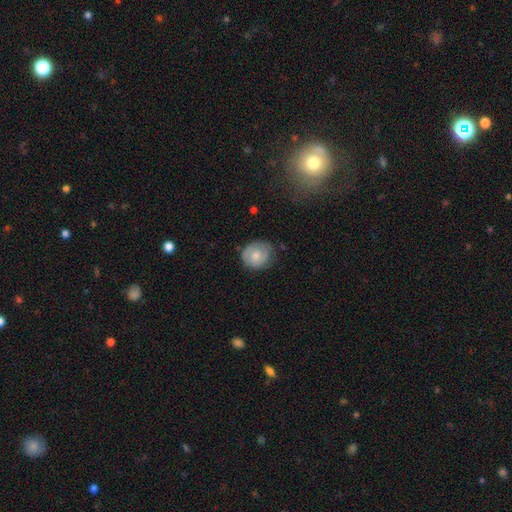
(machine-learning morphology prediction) Smooth or featured? smooth (64%)
How rounded? round (77%)
Merging? none (66%)